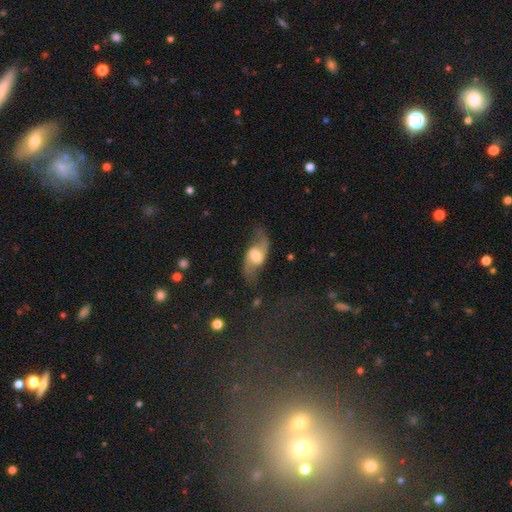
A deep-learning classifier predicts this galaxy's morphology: A featured or disk galaxy (74%) with a weak bar (46%), 2 (91%) loose (71%) spiral arms (90%) and a moderate central bulge (56%).

Vote fractions:
- Smooth or featured? featured or disk: 74% / smooth: 19% / star or artifact: 7%
- Edge-on disk? no: 91% / yes: 9%
- Bar? weak: 46% / no: 36% / strong: 17%
- Spiral arms? yes: 90% / no: 10%
- Spiral winding? loose: 71% / medium: 23% / tight: 6%
- Spiral arm count? 2: 91% / can't tell: 4% / 1: 2% / 3: 1% / 4: 1% / more than 4: 1%
- Bulge size? moderate: 56% / large: 20% / small: 19% / none: 3% / dominant: 2%
- Merging? none: 69% / minor disturbance: 18% / major disturbance: 11% / merger: 2%